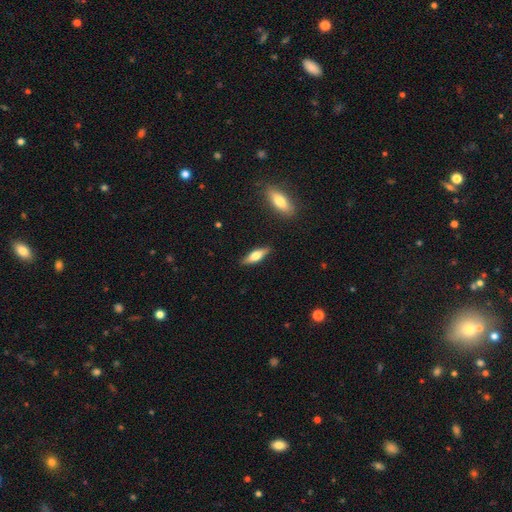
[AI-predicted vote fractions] Smooth or featured? smooth (48%)
Merging? none (87%)